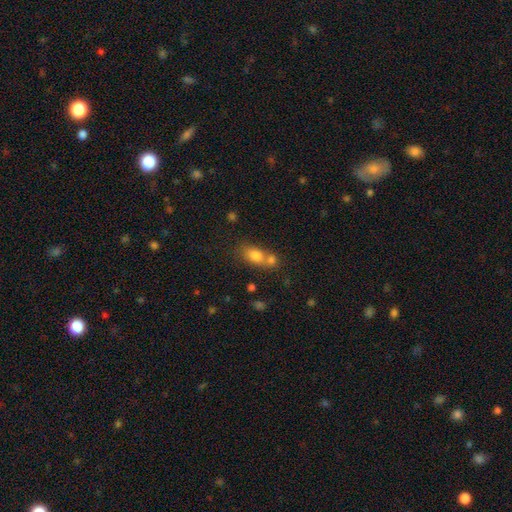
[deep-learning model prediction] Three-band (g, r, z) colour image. It shows a smooth galaxy with no disk features (77%) that is in between round and cigar-shaped (70%). Merging: merger (51%).